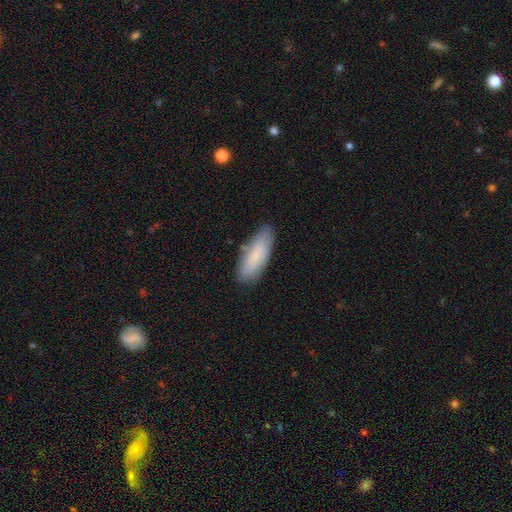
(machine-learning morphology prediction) This appears to be a smooth galaxy with no disk features (79%) that is in between round and cigar-shaped (68%). Merging: none (80%).